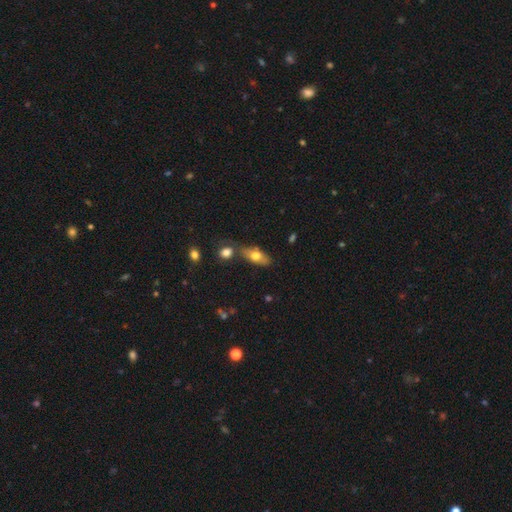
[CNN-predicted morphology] type=smooth (66%); roundness=in between (81%); merging=none (60%).